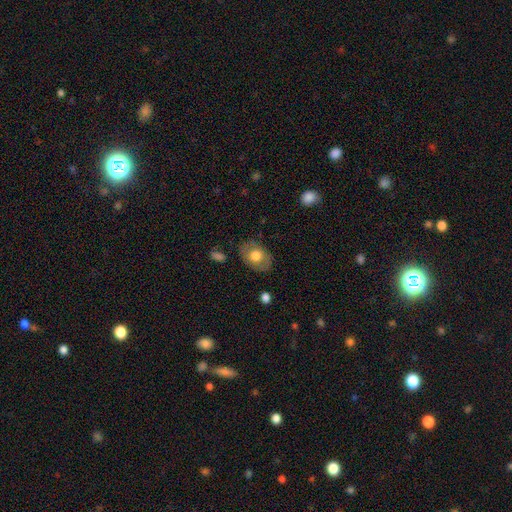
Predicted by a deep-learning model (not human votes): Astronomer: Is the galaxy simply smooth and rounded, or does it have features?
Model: smooth — 67%.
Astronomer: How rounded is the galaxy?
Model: in between — 73%.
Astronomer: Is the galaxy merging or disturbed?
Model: none — 80%.